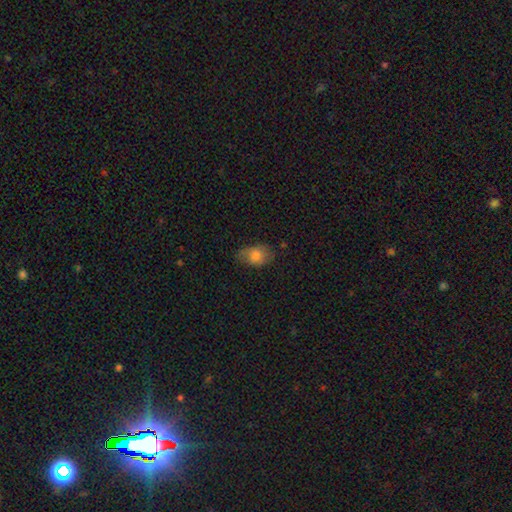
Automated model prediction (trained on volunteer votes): smooth_or_featured: smooth (p=0.77) [alt: featured or disk p=0.14]
how_rounded: in between (p=0.82) [alt: round p=0.17]
merging: none (p=0.64) [alt: minor disturbance p=0.28]